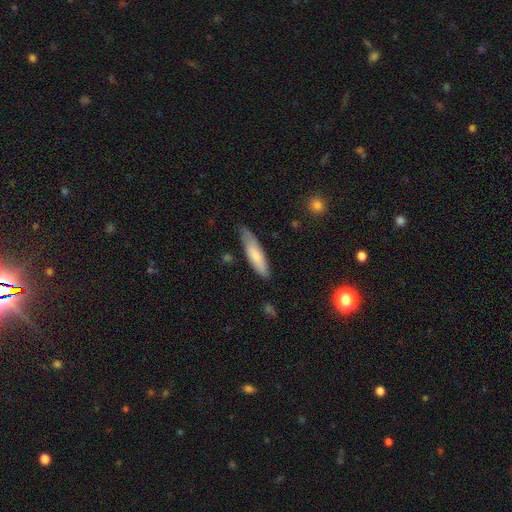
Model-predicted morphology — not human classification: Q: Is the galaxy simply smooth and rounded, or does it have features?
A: smooth — 72%.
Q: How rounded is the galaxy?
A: cigar-shaped — 68%.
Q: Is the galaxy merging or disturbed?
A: none — 68%.